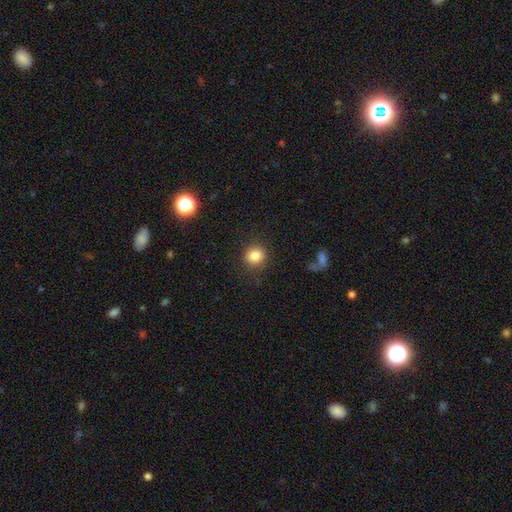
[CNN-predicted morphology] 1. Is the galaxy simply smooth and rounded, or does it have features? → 84% smooth, 11% star or artifact, 6% featured or disk.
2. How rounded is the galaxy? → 88% round, 11% in between, 1% cigar-shaped.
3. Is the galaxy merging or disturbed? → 88% none, 7% minor disturbance, 3% major disturbance, 1% merger.